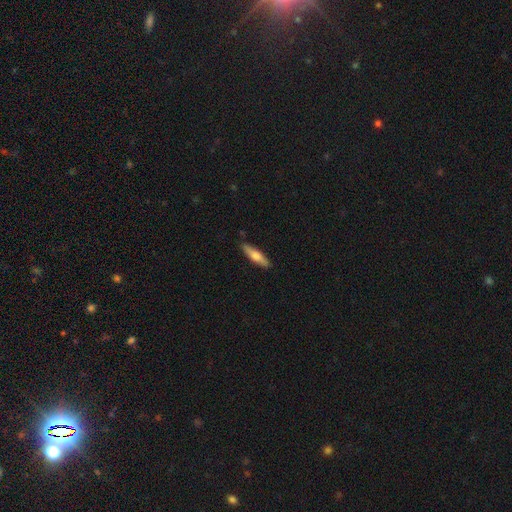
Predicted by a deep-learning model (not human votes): This is likely a smooth galaxy (64%). How rounded: likely cigar-shaped (72%). Merging: clearly none (87%).